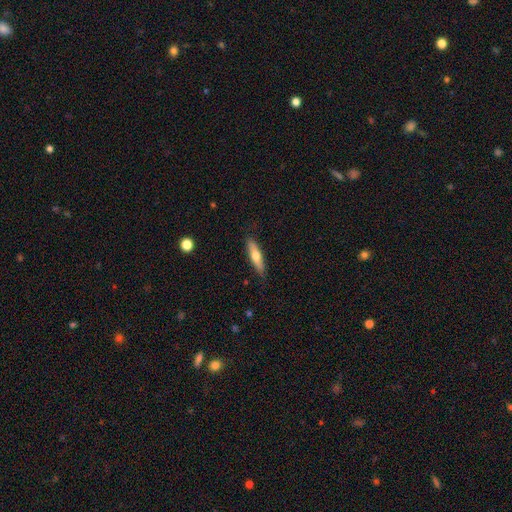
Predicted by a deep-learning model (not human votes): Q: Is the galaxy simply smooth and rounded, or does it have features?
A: smooth — 55%.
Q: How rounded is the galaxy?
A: cigar-shaped — 76%.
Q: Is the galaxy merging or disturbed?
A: none — 84%.